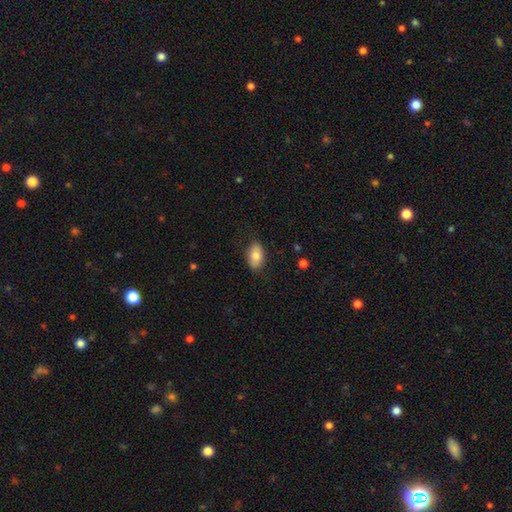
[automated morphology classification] A smooth galaxy with no disk features (79%) that is in between round and cigar-shaped (91%).

Vote fractions:
- Smooth or featured? smooth: 79% / featured or disk: 14% / star or artifact: 7%
- How rounded? in between: 91% / round: 7% / cigar-shaped: 2%
- Merging? none: 83% / minor disturbance: 13% / major disturbance: 3% / merger: 1%